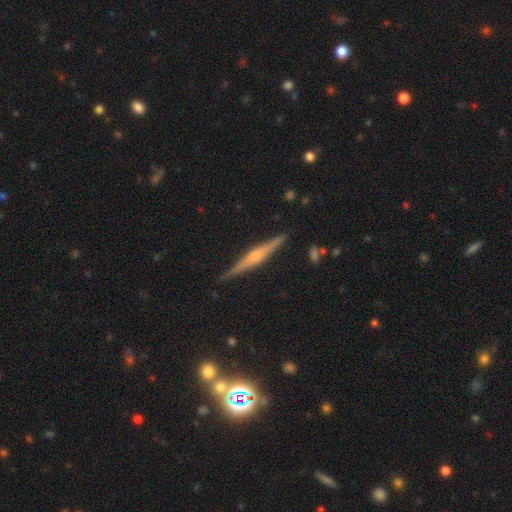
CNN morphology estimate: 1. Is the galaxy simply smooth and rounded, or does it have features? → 77% featured or disk, 16% smooth, 7% star or artifact.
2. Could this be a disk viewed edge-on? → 98% yes, 2% no.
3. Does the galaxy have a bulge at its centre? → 73% rounded, 17% boxy, 10% none.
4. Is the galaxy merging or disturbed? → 90% none, 7% minor disturbance, 1% major disturbance, 1% merger.